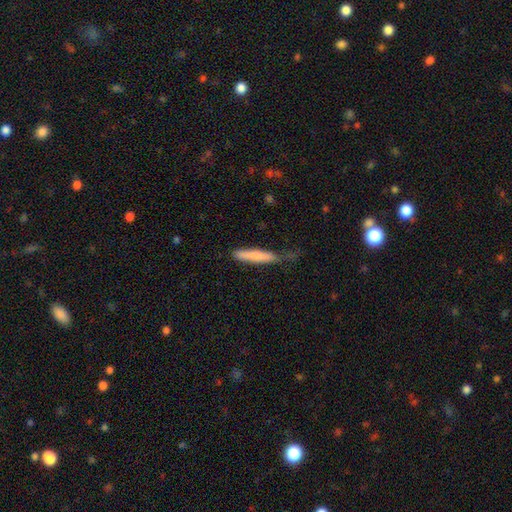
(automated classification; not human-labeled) This appears to be a smooth galaxy with no disk features (75%) that is cigar-shaped (92%). Merging: none (53%).